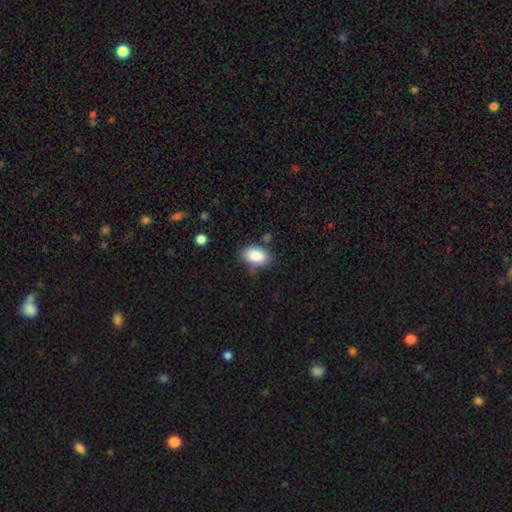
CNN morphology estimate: This is clearly a smooth galaxy (88%). How rounded: clearly in between (88%). Merging: likely none (74%).